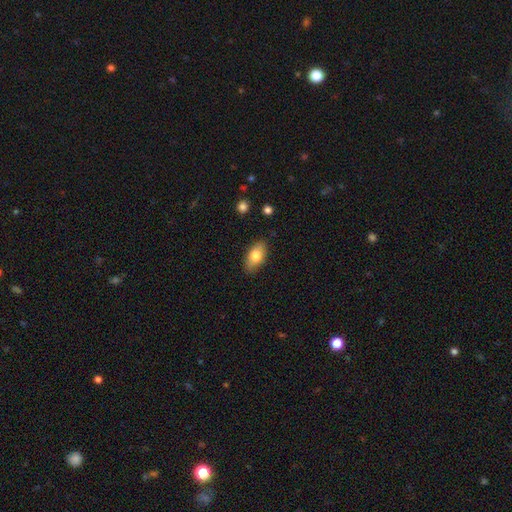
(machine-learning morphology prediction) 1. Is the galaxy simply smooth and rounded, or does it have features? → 78% smooth, 15% featured or disk, 7% star or artifact.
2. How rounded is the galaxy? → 89% in between, 6% cigar-shaped, 5% round.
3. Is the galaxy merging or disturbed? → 85% none, 11% minor disturbance, 2% major disturbance, 1% merger.